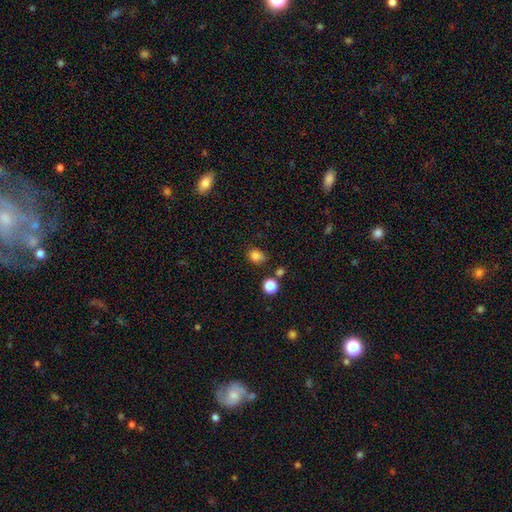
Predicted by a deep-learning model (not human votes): Smooth or featured?
  - smooth: 84% *
  - star or artifact: 12%
  - featured or disk: 4%
How rounded?
  - round: 54% *
  - in between: 45%
  - cigar-shaped: 1%
Merging?
  - none: 72% *
  - minor disturbance: 19%
  - merger: 5%
  - major disturbance: 4%